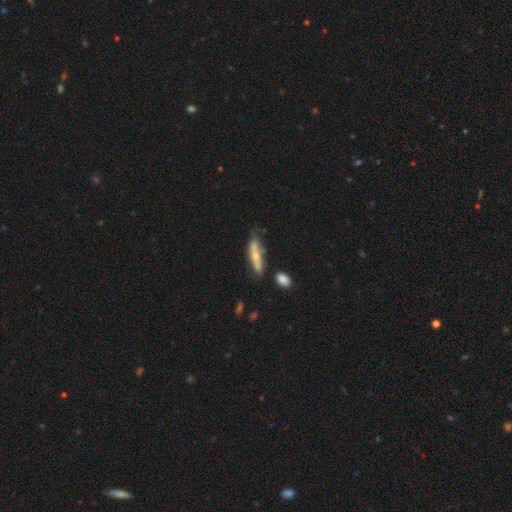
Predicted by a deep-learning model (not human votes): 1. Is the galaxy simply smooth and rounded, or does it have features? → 47% featured or disk, 46% smooth, 7% star or artifact.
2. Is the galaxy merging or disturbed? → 54% none, 27% minor disturbance, 10% merger, 9% major disturbance.